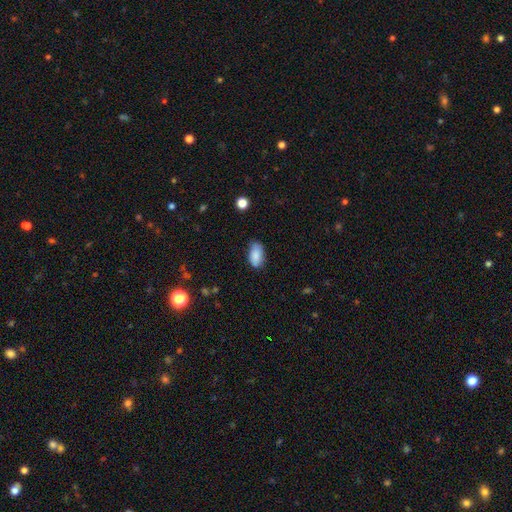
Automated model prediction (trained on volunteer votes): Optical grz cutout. It shows a smooth galaxy with no disk features (85%) that is in between round and cigar-shaped (93%). Merging: none (74%).